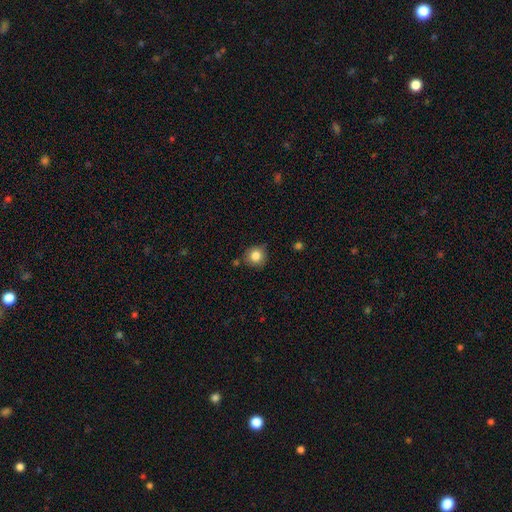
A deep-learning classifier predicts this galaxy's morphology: Overall: smooth (84%). How rounded: round (91%). Merging: none (81%).